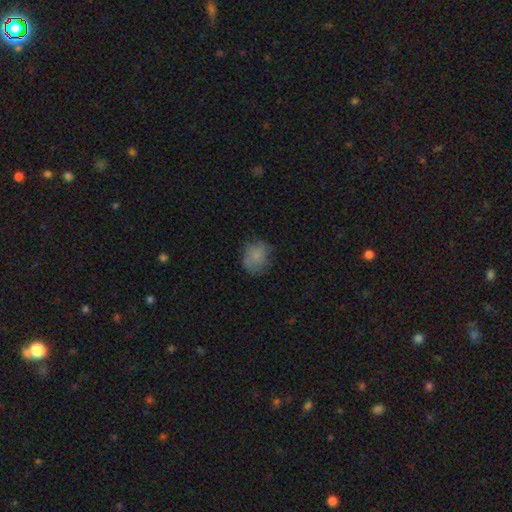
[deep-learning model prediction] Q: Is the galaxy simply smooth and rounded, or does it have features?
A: smooth — 75%.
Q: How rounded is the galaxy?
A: round — 68%.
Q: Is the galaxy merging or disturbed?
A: none — 64%.